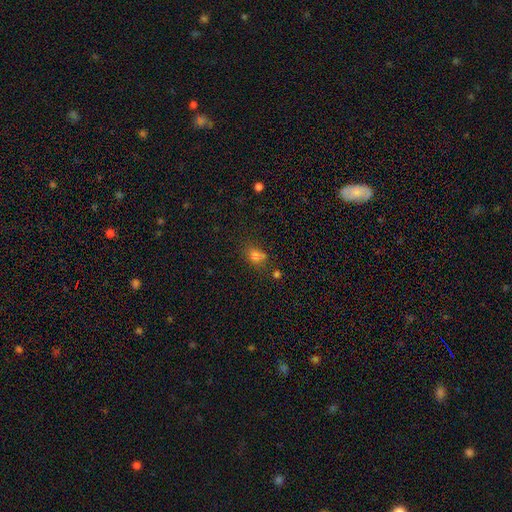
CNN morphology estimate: smooth 72%, star or artifact 19%, featured or disk 9%. Down the decision tree: how rounded — round (52%); merging — none (54%).